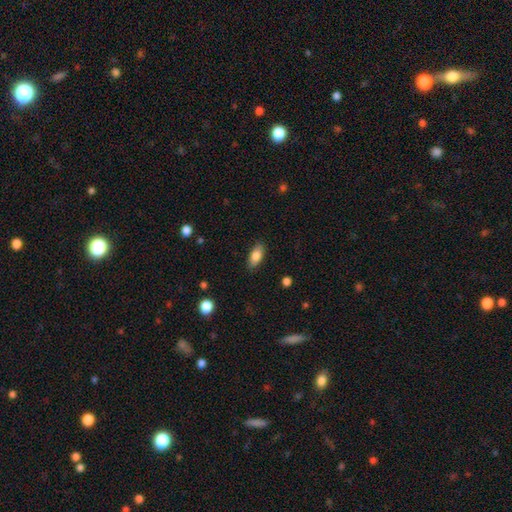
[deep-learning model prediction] Smooth or featured? Predicted: smooth (p=0.83). How rounded? Predicted: in between (p=0.86). Merging? Predicted: none (p=0.86).